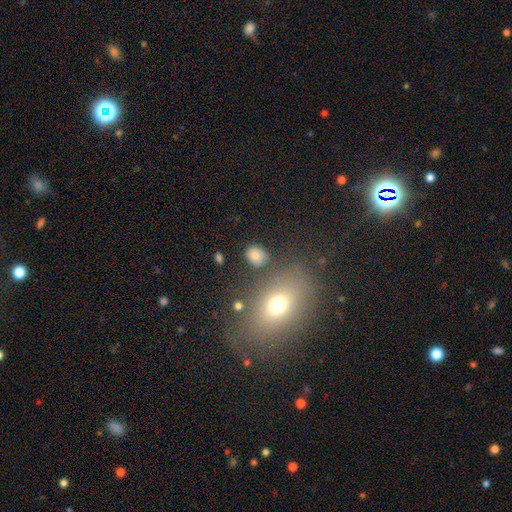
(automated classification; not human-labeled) A smooth galaxy with no disk features (81%) that is round (55%).

Vote fractions:
- Smooth or featured? smooth: 81% / star or artifact: 12% / featured or disk: 6%
- How rounded? round: 55% / in between: 44% / cigar-shaped: 2%
- Merging? none: 79% / minor disturbance: 12% / major disturbance: 5% / merger: 5%